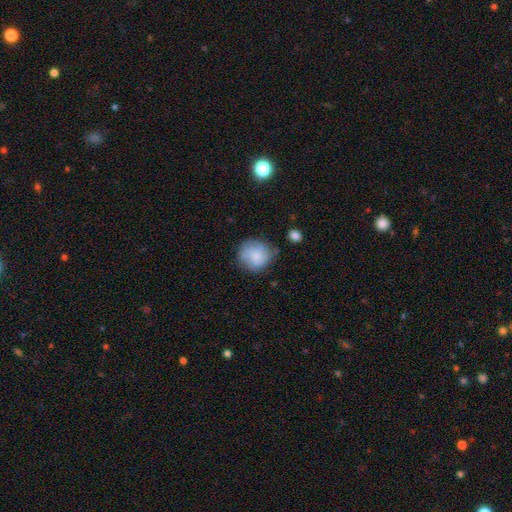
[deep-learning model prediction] This is likely a smooth galaxy (73%). How rounded: clearly round (85%). Merging: likely none (69%).